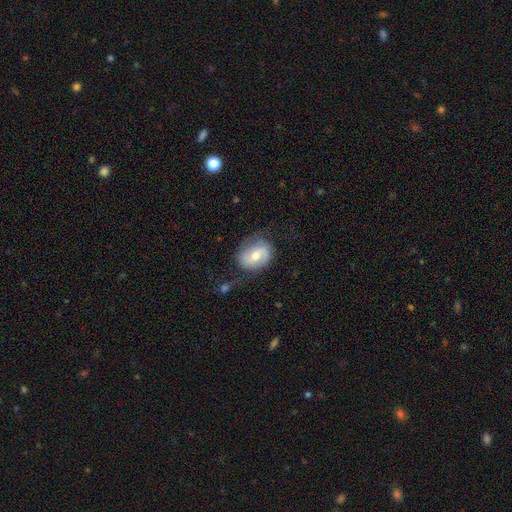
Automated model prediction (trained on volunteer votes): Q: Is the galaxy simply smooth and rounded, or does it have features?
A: featured or disk — 55%.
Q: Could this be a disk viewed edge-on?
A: no — 96%.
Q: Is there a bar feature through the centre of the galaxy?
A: no — 44%.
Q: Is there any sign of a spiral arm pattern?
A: yes — 76%.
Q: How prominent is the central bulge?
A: moderate — 66%.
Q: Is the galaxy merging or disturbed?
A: none — 65%.